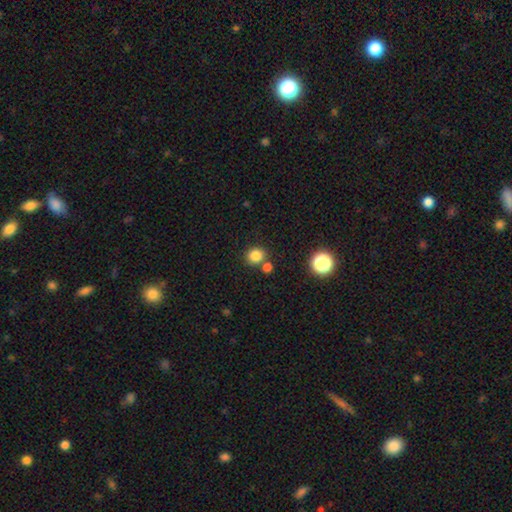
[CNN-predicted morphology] Smooth or featured?
  - smooth: 83% *
  - star or artifact: 12%
  - featured or disk: 5%
How rounded?
  - round: 79% *
  - in between: 20%
  - cigar-shaped: 1%
Merging?
  - none: 73% *
  - merger: 16%
  - minor disturbance: 9%
  - major disturbance: 3%